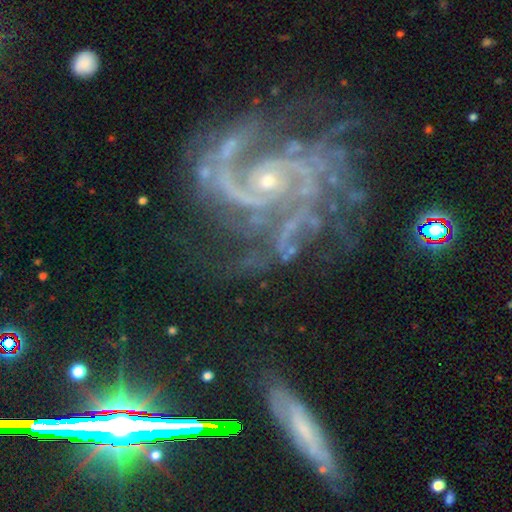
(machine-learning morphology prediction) Smooth or featured: featured or disk — 90% (star or artifact — 8%)
Edge-on disk: no — 97% (yes — 3%)
Bar: no — 64% (weak — 25%)
Spiral arms: yes — 98% (no — 2%)
Spiral winding: medium — 48% (tight — 40%)
Spiral arm count: 2 — 48% (3 — 19%)
Bulge size: small — 78% (moderate — 17%)
Merging: none — 57% (minor disturbance — 22%)